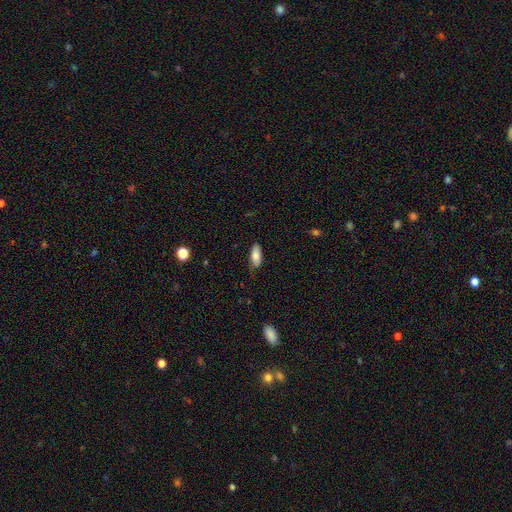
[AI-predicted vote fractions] The model was most divided on "how rounded": in between: 80%, cigar-shaped: 18%, round: 2%. More confident: merging — none (82%); smooth or featured — smooth (80%).